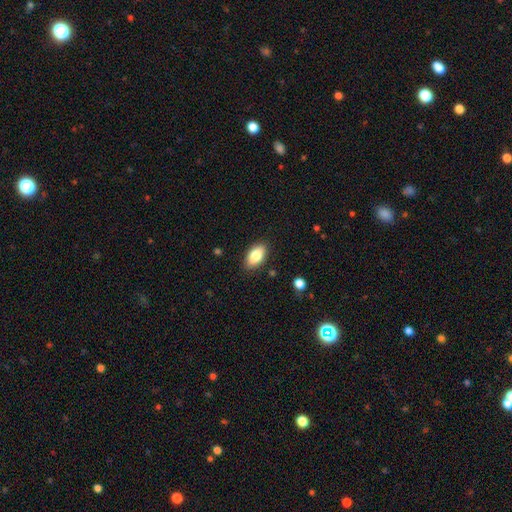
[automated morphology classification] The model was most divided on "smooth or featured": smooth: 82%, featured or disk: 10%, star or artifact: 7%. More confident: how rounded — in between (92%); merging — none (86%).